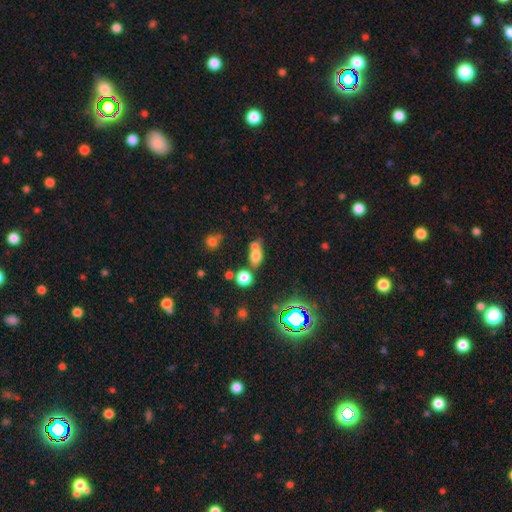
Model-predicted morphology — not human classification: Overall: smooth (66%). How rounded: in between (55%; round 41%). Merging: merger (48%; none 37%).